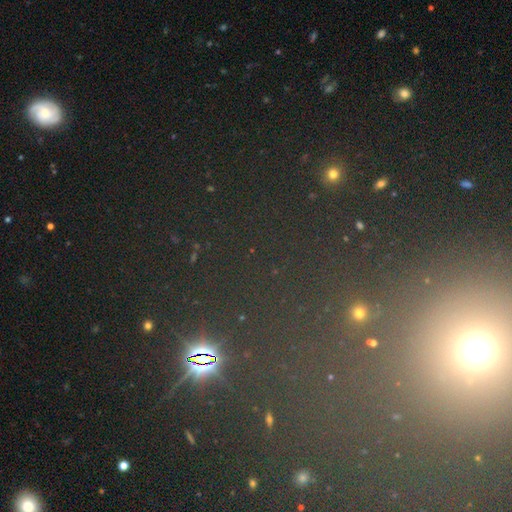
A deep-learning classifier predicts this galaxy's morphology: Overall: star or artifact (64%; smooth 26%).